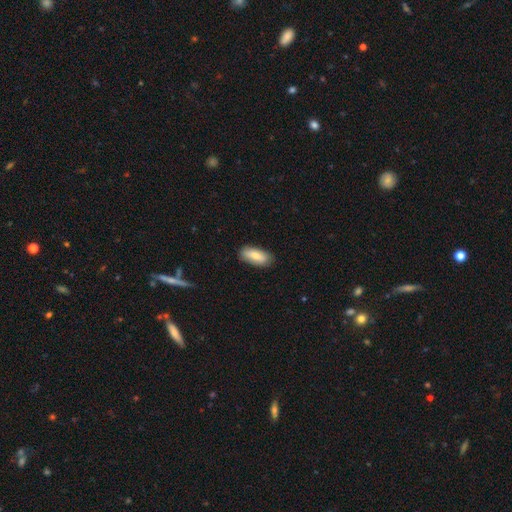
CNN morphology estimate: This is clearly a smooth galaxy (81%). How rounded: clearly in between (85%). Merging: clearly none (85%).